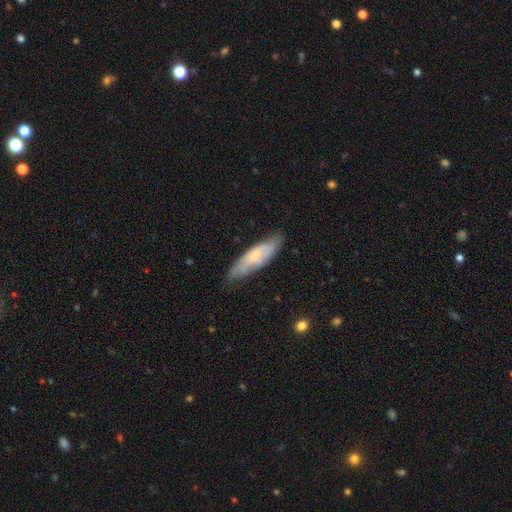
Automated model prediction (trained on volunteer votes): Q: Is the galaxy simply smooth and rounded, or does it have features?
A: smooth — 51%.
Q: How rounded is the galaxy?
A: cigar-shaped — 56%.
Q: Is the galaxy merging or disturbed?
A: none — 75%.